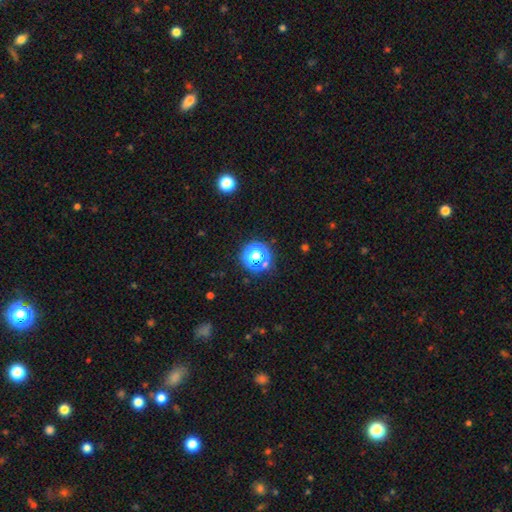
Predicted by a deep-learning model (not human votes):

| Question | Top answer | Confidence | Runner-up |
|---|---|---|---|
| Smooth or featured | smooth | 51% | star or artifact (40%) |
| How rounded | round | 88% | in between (11%) |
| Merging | none | 75% | minor disturbance (13%) |